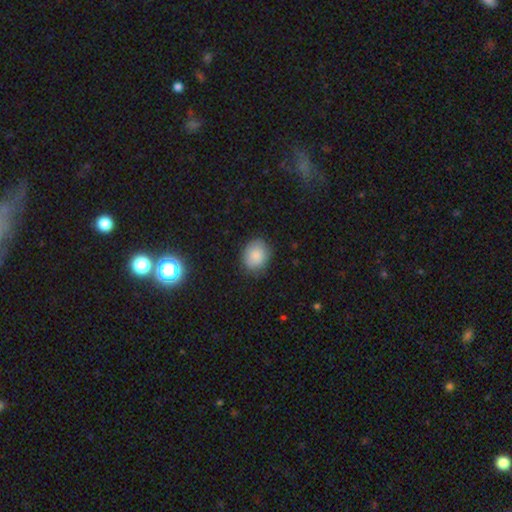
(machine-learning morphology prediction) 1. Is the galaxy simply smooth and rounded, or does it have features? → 85% smooth, 8% star or artifact, 7% featured or disk.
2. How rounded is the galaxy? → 57% round, 42% in between, 1% cigar-shaped.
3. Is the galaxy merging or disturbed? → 80% none, 15% minor disturbance, 3% major disturbance, 1% merger.